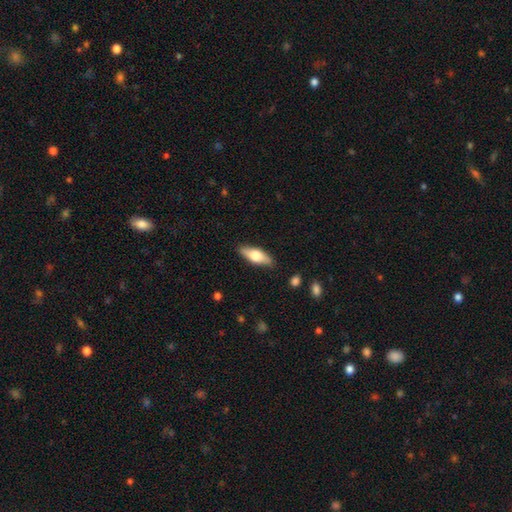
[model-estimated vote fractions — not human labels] A smooth galaxy with no disk features (58%) that is in between round and cigar-shaped (63%).

Vote fractions:
- Smooth or featured? smooth: 58% / featured or disk: 36% / star or artifact: 6%
- How rounded? in between: 63% / cigar-shaped: 34% / round: 3%
- Merging? none: 87% / minor disturbance: 10% / major disturbance: 2% / merger: 1%